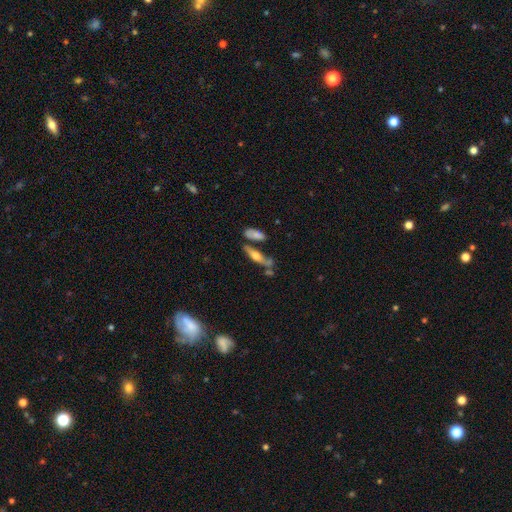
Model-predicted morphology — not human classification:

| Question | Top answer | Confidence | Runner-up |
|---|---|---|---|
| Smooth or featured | featured or disk | 53% | smooth (40%) |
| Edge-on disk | yes | 85% | no (15%) |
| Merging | none | 58% | merger (21%) |